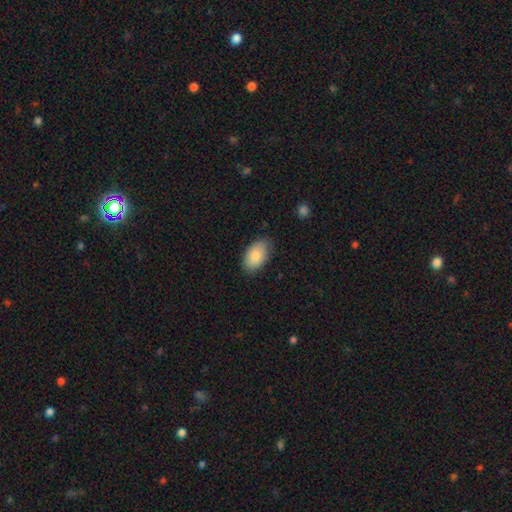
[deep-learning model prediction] Morphology: type=smooth (85%); roundness=in between (94%); merging=none (81%).